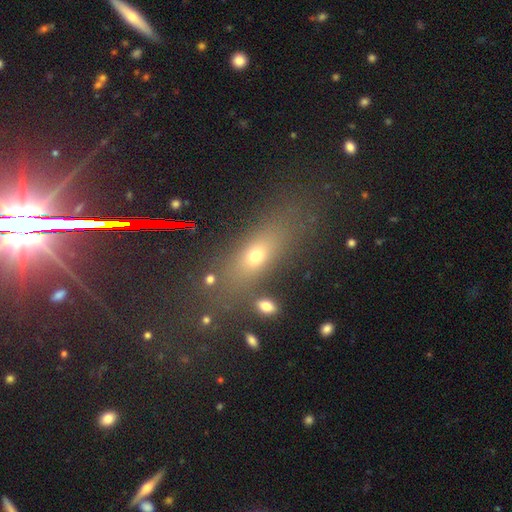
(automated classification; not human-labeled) A smooth galaxy with no disk features (60%) that is in between round and cigar-shaped (55%).

Vote fractions:
- Smooth or featured? smooth: 60% / star or artifact: 21% / featured or disk: 19%
- How rounded? in between: 55% / cigar-shaped: 33% / round: 13%
- Merging? none: 75% / minor disturbance: 12% / major disturbance: 7% / merger: 6%